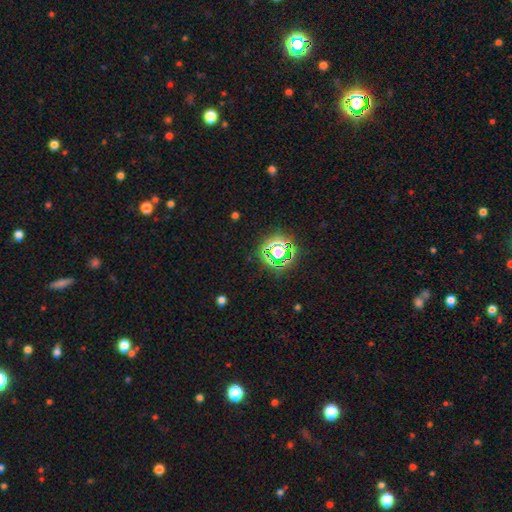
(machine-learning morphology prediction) The model was most divided on "smooth or featured": star or artifact: 77%, smooth: 15%, featured or disk: 8%.